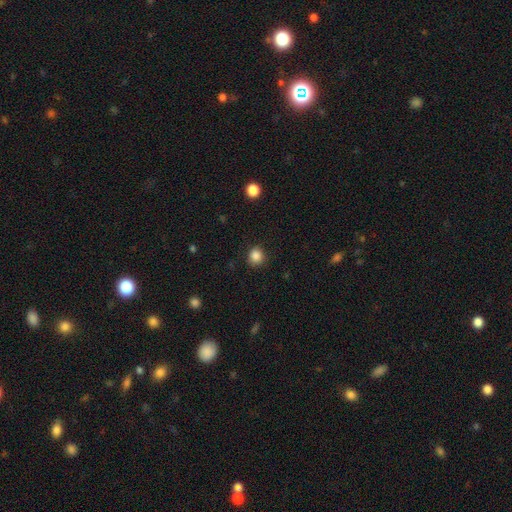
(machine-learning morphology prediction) The model was most divided on "how rounded": round: 86%, in between: 13%, cigar-shaped: 1%. More confident: merging — none (88%); smooth or featured — smooth (86%).